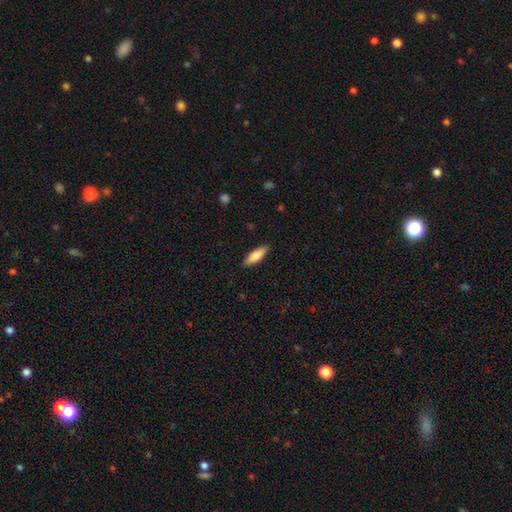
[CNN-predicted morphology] Smooth or featured?
  - smooth: 78% *
  - featured or disk: 16%
  - star or artifact: 6%
How rounded?
  - in between: 52% *
  - cigar-shaped: 46%
  - round: 2%
Merging?
  - none: 88% *
  - minor disturbance: 9%
  - major disturbance: 2%
  - merger: 1%